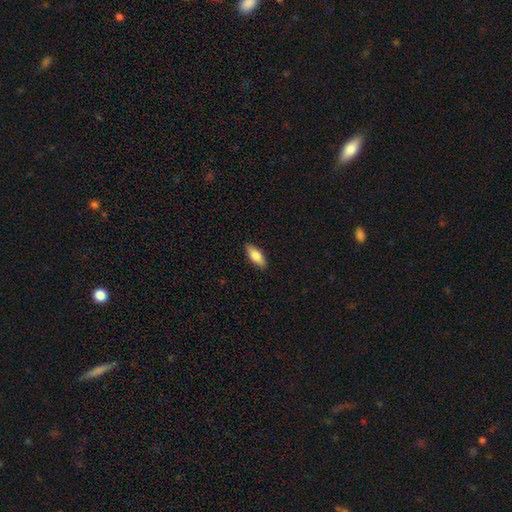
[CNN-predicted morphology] smooth 76%, featured or disk 18%, star or artifact 6%. Down the decision tree: how rounded — in between (75%); merging — none (88%).